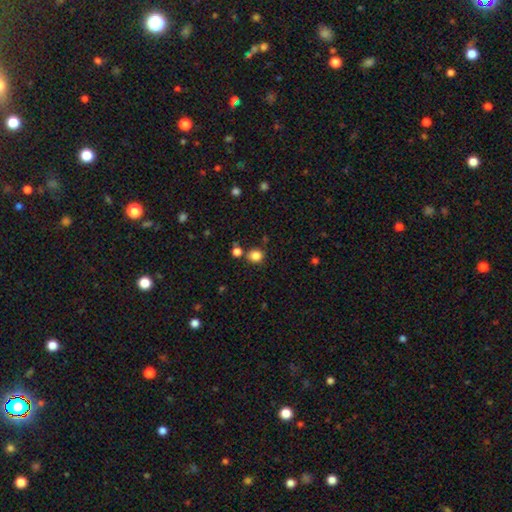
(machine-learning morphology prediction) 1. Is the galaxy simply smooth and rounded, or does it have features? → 84% smooth, 12% star or artifact, 5% featured or disk.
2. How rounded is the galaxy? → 81% round, 18% in between, 1% cigar-shaped.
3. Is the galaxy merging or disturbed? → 76% none, 10% merger, 10% minor disturbance, 3% major disturbance.